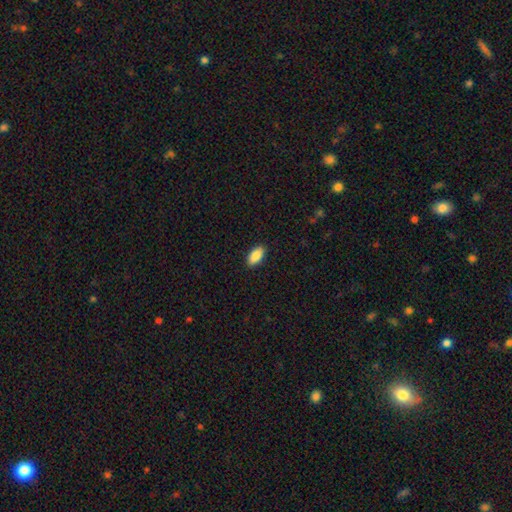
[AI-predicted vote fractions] Morphology: type=smooth (89%); roundness=in between (90%); merging=none (90%).